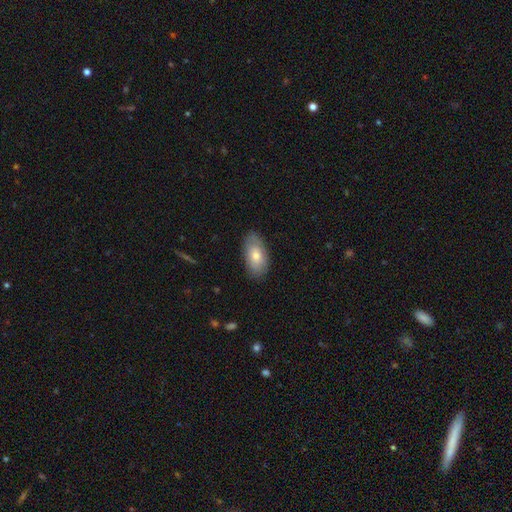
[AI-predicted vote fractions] Smooth or featured: smooth — 73% (featured or disk — 20%)
How rounded: in between — 93% (cigar-shaped — 4%)
Merging: none — 83% (minor disturbance — 13%)